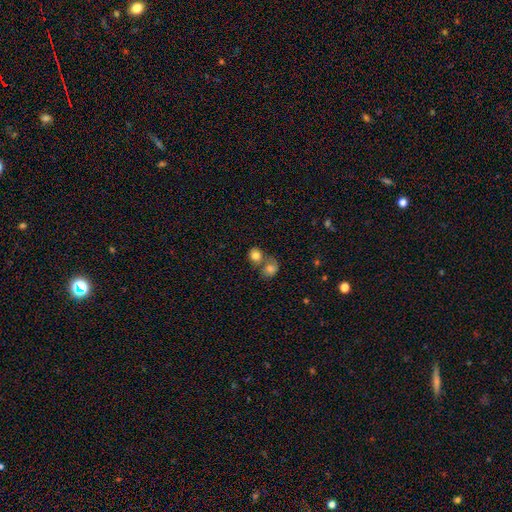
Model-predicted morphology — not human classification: Smooth or featured? smooth (77%)
How rounded? round (74%)
Merging? merger (58%)